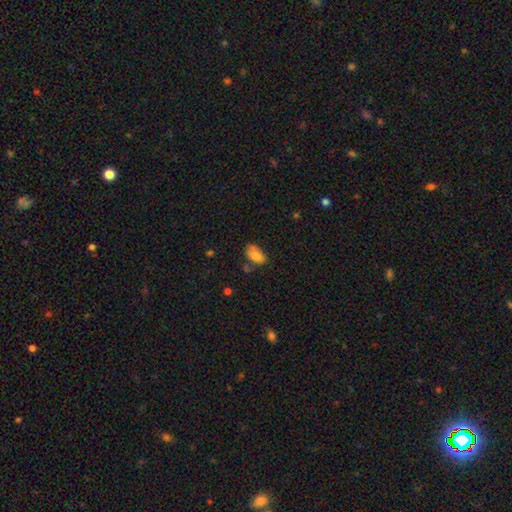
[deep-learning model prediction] This appears to be a smooth galaxy with no disk features (75%) that is in between round and cigar-shaped (91%). Merging: none (52%).